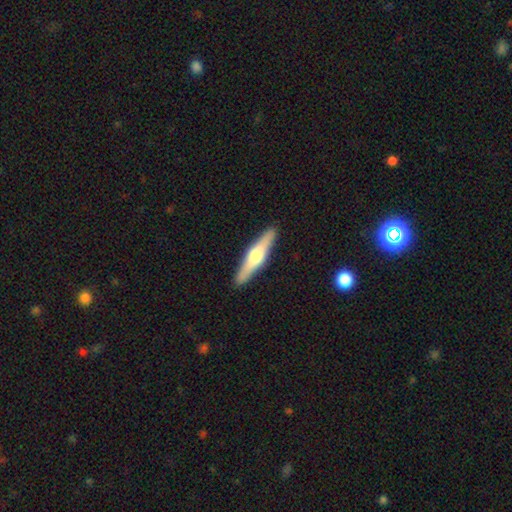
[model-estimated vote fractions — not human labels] Morphology: type=featured or disk (58%); edge-on=yes (96%); edge-on bulge=rounded (87%); merging=none (91%).